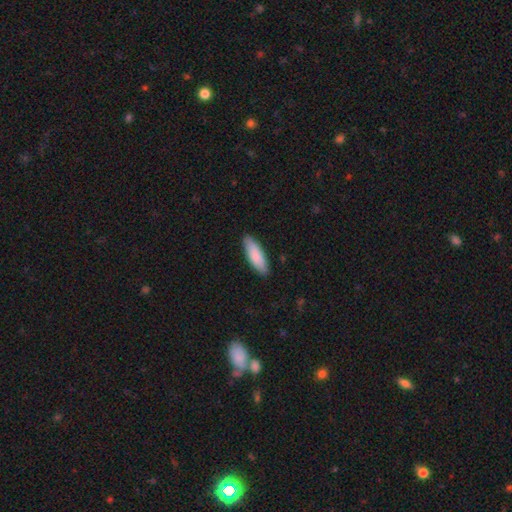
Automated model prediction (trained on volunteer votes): Q: Smooth or featured?
A: smooth (87%); runner-up: featured or disk (8%)
Q: How rounded?
A: in between (55%); runner-up: cigar-shaped (44%)
Q: Merging?
A: none (89%); runner-up: minor disturbance (8%)